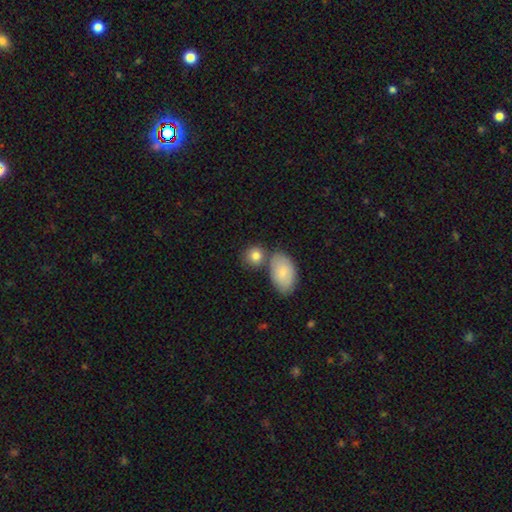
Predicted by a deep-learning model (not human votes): Morphology: type=smooth (83%); roundness=round (68%); merging=none (57%).